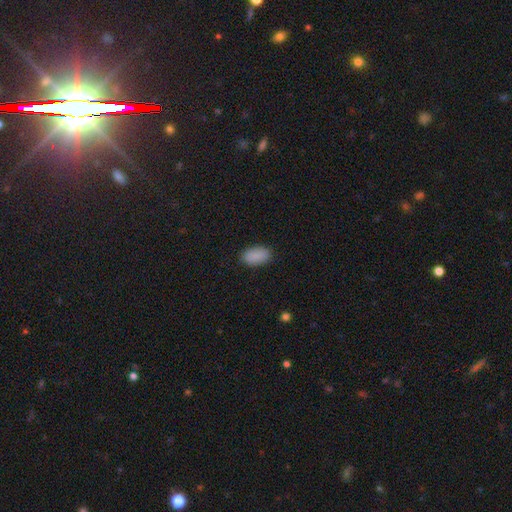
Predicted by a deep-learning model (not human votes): Q: Smooth or featured?
A: smooth (89%); runner-up: star or artifact (7%)
Q: How rounded?
A: in between (94%); runner-up: round (4%)
Q: Merging?
A: none (87%); runner-up: minor disturbance (9%)